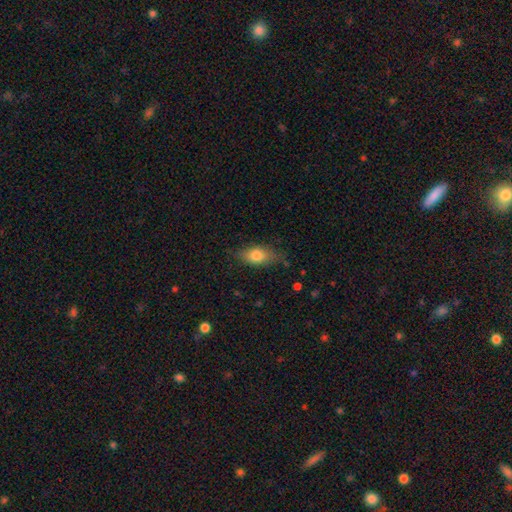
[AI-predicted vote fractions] Smooth or featured? smooth (74%)
How rounded? in between (81%)
Merging? none (72%)